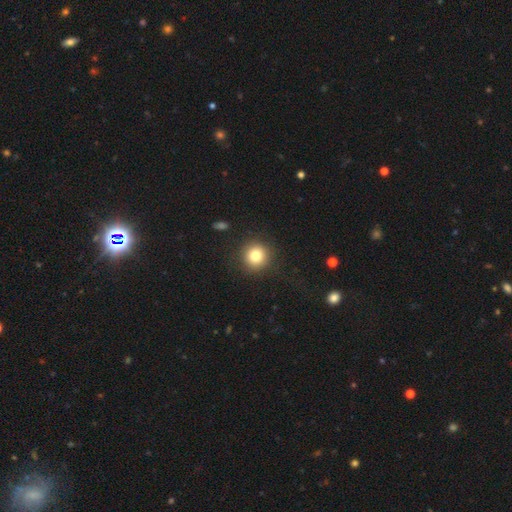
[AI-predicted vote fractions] smooth-or-featured: smooth: 81% | star or artifact: 11% | featured or disk: 8%
  how-rounded: round: 93% | in between: 6% | cigar-shaped: 1%
  merging: none: 89% | minor disturbance: 7% | major disturbance: 3% | merger: 1%